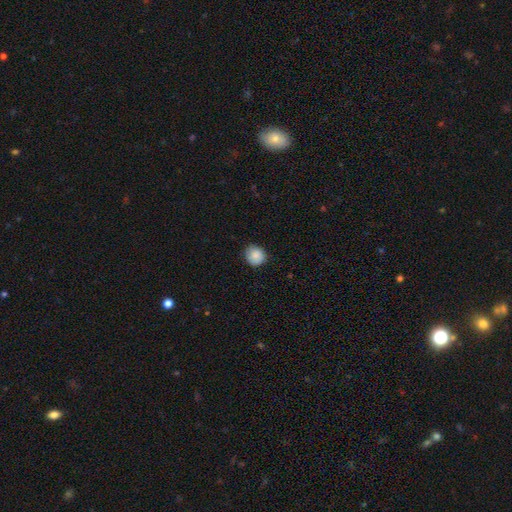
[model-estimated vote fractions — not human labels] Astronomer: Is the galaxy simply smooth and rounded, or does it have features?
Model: smooth — 86%.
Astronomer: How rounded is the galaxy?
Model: round — 88%.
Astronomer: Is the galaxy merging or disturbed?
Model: none — 82%.